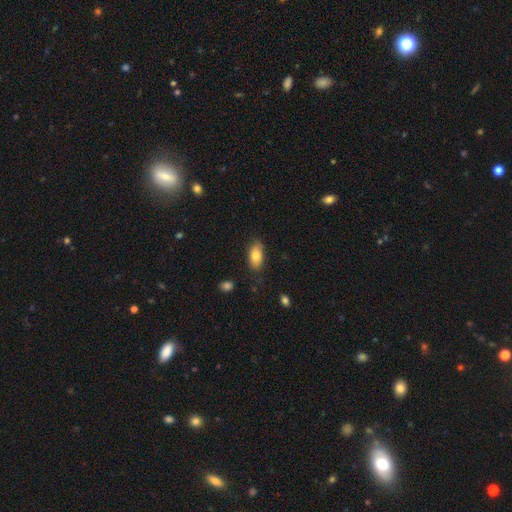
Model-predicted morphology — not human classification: smooth-or-featured: smooth: 81% | featured or disk: 12% | star or artifact: 7%
  how-rounded: in between: 91% | cigar-shaped: 6% | round: 4%
  merging: none: 81% | minor disturbance: 14% | major disturbance: 3% | merger: 2%